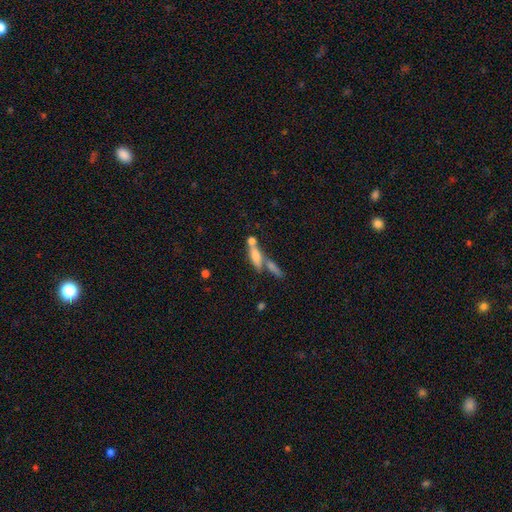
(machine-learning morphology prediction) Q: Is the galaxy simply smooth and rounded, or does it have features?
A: smooth — 59%.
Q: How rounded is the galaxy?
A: cigar-shaped — 57%.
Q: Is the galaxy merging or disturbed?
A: merger — 45%.